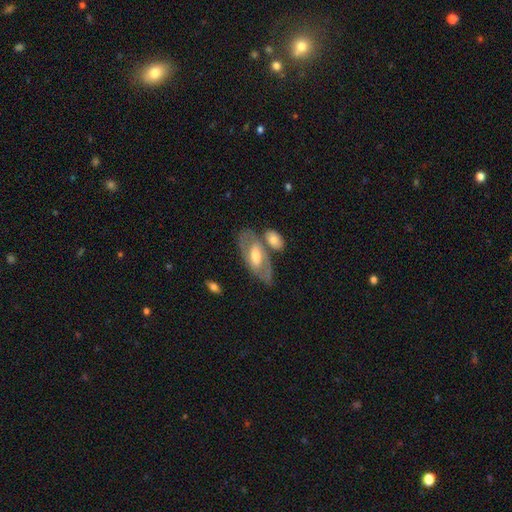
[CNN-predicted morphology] Overall: featured or disk (62%; smooth 32%). Edge-on disk: no (86%). Bar: weak (39%; no 32%). Spiral arms: yes (61%; no 39%). Bulge size: moderate (61%; small 21%). Merging: none (59%; merger 19%).